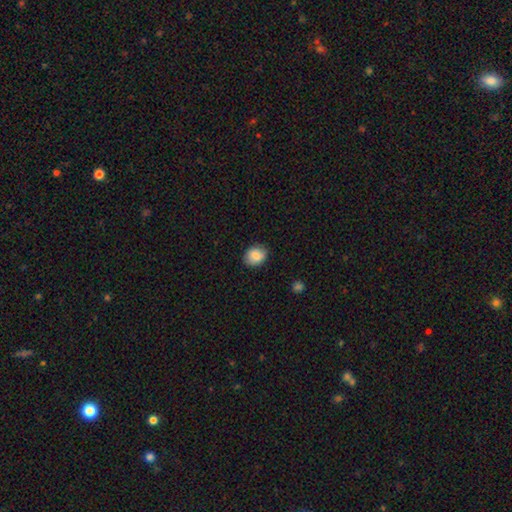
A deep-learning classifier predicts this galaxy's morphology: smooth_or_featured: smooth (p=0.84) [alt: featured or disk p=0.08]
how_rounded: round (p=0.55) [alt: in between p=0.44]
merging: none (p=0.84) [alt: minor disturbance p=0.12]